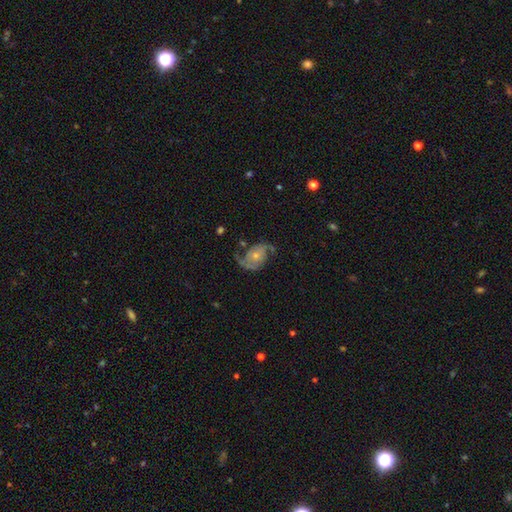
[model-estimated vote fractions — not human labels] This appears to be a featured or disk galaxy (81%) with no bar (74%), 2 (88%) loose (45%) spiral arms (92%) and a small central bulge (51%). Merging: none (59%).